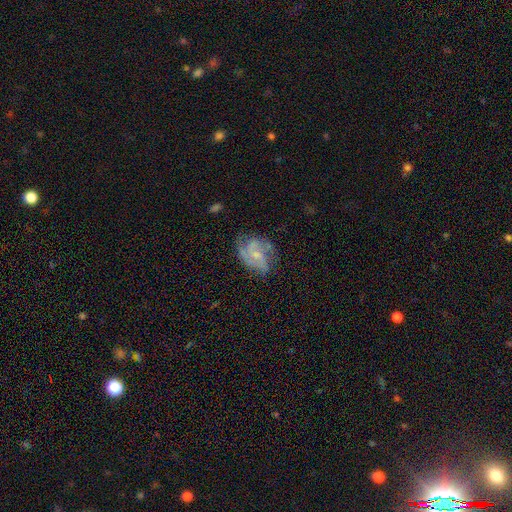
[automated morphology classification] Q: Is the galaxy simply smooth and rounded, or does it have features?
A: featured or disk — 78%.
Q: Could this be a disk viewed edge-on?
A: no — 98%.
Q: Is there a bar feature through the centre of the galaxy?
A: no — 57%.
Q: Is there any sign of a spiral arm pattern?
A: yes — 91%.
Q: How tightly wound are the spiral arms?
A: medium — 49%.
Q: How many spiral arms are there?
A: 2 — 38%.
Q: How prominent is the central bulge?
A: small — 53%.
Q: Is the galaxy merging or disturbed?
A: none — 62%.